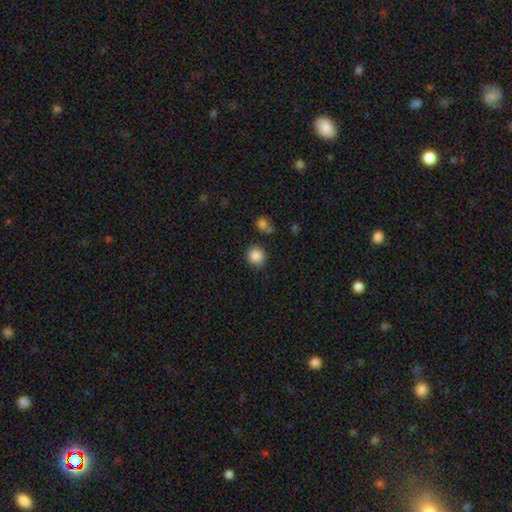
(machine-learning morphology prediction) type=smooth (87%); roundness=round (87%); merging=none (84%).